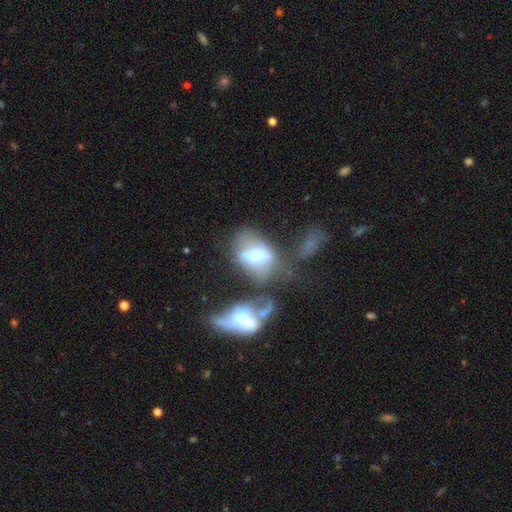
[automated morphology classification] type=featured or disk (49%); merging=merger (34%).